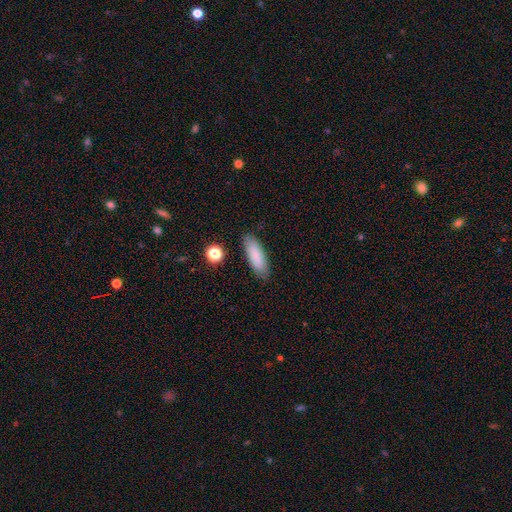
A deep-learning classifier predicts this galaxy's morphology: The model was most divided on "how rounded": in between: 58%, cigar-shaped: 41%, round: 2%. More confident: merging — none (85%); smooth or featured — smooth (85%).